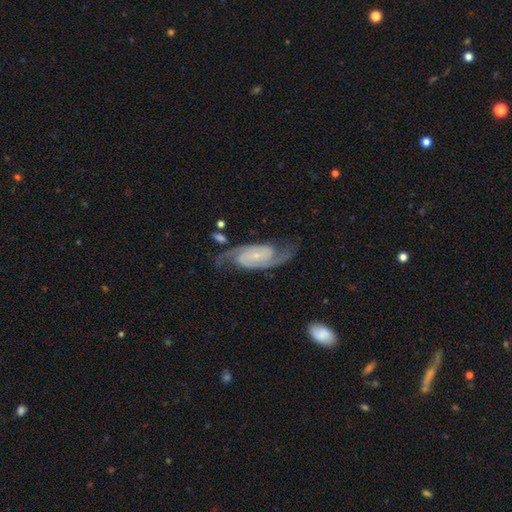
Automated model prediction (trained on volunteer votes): Smooth or featured: featured or disk — 91% (star or artifact — 5%)
Edge-on disk: no — 96% (yes — 4%)
Bar: no — 53% (weak — 33%)
Spiral arms: yes — 98% (no — 2%)
Spiral winding: medium — 51% (tight — 33%)
Spiral arm count: 2 — 92% (can't tell — 2%)
Bulge size: small — 77% (moderate — 13%)
Merging: none — 73% (minor disturbance — 16%)